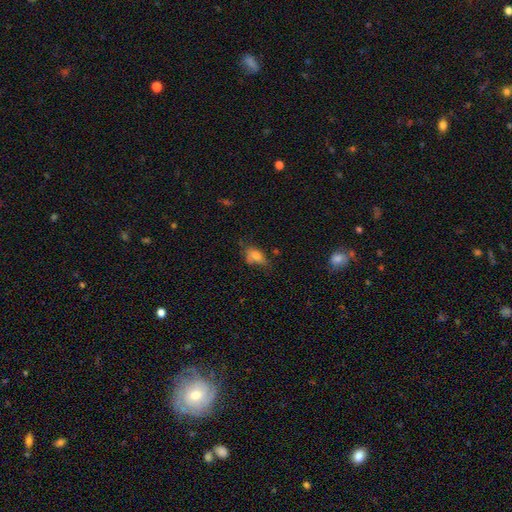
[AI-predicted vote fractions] Smooth or featured?
  - smooth: 74% *
  - featured or disk: 15%
  - star or artifact: 11%
How rounded?
  - in between: 84% *
  - round: 12%
  - cigar-shaped: 4%
Merging?
  - none: 44% *
  - minor disturbance: 32%
  - major disturbance: 17%
  - merger: 7%